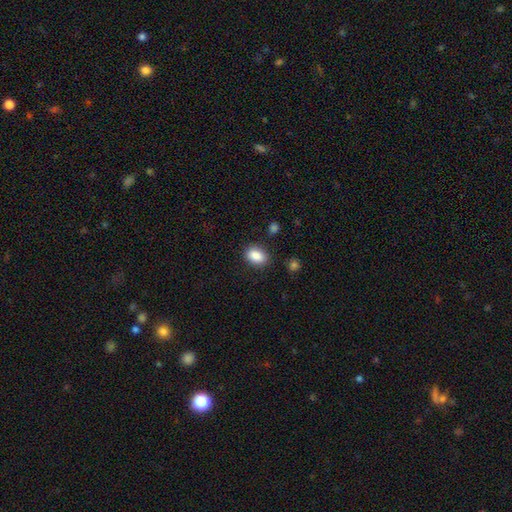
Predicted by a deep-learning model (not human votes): Q: Smooth or featured?
A: smooth (88%); runner-up: star or artifact (8%)
Q: How rounded?
A: in between (82%); runner-up: round (16%)
Q: Merging?
A: none (84%); runner-up: minor disturbance (11%)